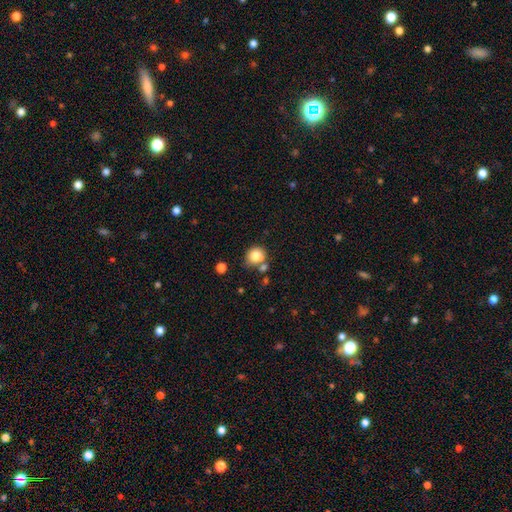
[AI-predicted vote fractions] Q: Smooth or featured?
A: smooth (80%); runner-up: star or artifact (10%)
Q: How rounded?
A: round (80%); runner-up: in between (19%)
Q: Merging?
A: none (59%); runner-up: merger (20%)